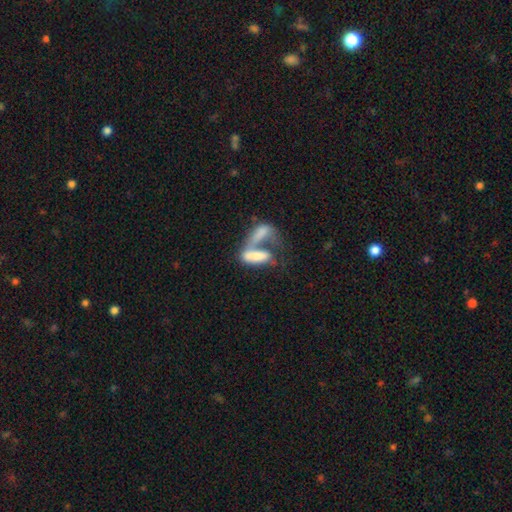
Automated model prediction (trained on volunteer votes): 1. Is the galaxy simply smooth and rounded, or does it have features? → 66% smooth, 25% featured or disk, 8% star or artifact.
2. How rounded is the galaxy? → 63% in between, 33% cigar-shaped, 3% round.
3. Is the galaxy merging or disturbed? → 66% merger, 16% major disturbance, 11% none, 6% minor disturbance.